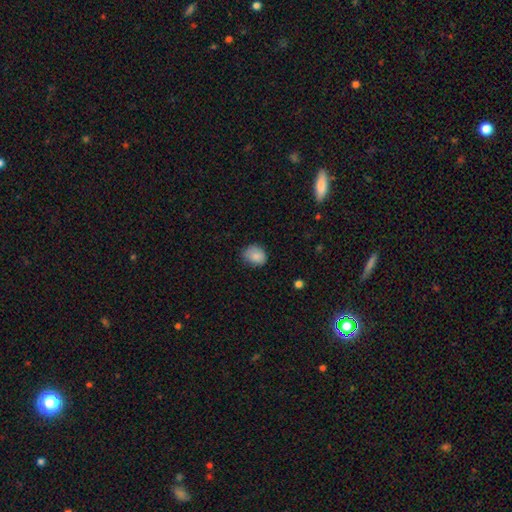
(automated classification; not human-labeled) This appears to be a smooth galaxy with no disk features (85%) that is round (58%). Merging: none (70%).